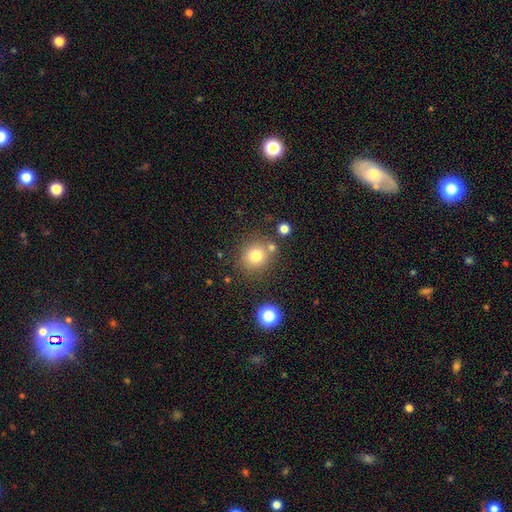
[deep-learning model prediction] A smooth galaxy with no disk features (77%) that is round (87%).

Vote fractions:
- Smooth or featured? smooth: 77% / star or artifact: 13% / featured or disk: 9%
- How rounded? round: 87% / in between: 12% / cigar-shaped: 1%
- Merging? none: 75% / merger: 12% / minor disturbance: 10% / major disturbance: 4%